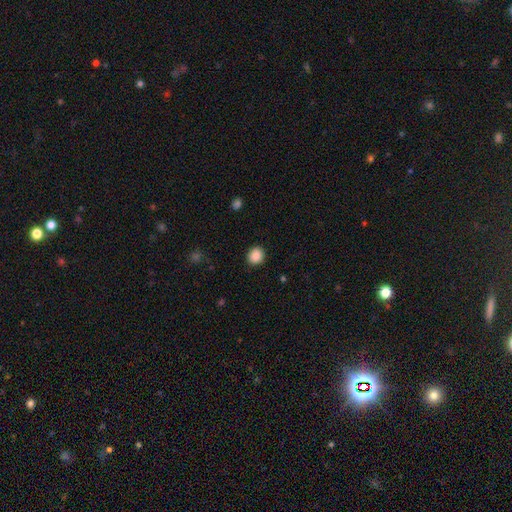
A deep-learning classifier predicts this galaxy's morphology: Smooth or featured? Predicted: smooth (p=0.88). How rounded? Predicted: round (p=0.81). Merging? Predicted: none (p=0.90).